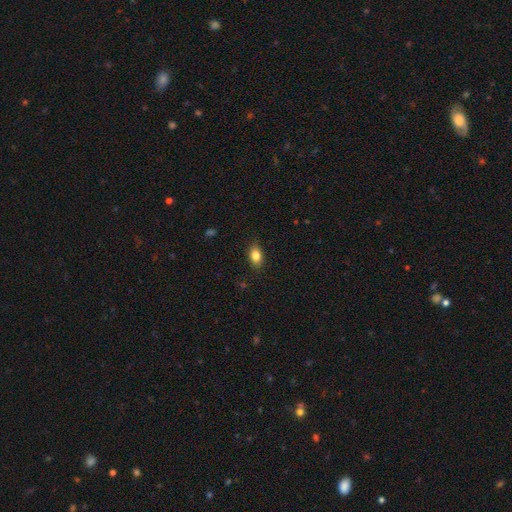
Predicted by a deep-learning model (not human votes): This appears to be a smooth galaxy with no disk features (82%) that is in between round and cigar-shaped (81%). Merging: none (85%).